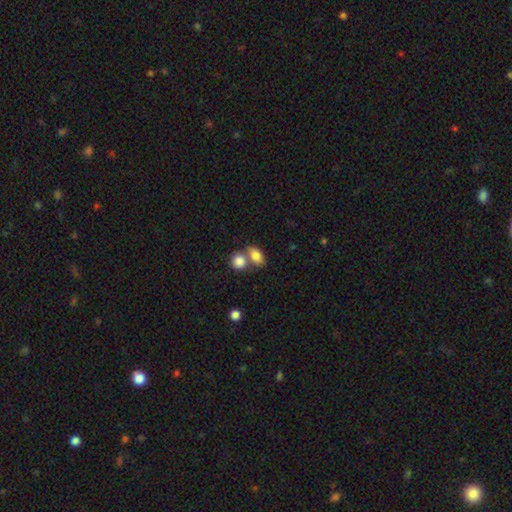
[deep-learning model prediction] Smooth or featured: smooth — 83% (featured or disk — 9%)
How rounded: in between — 76% (round — 22%)
Merging: merger — 46% (none — 41%)